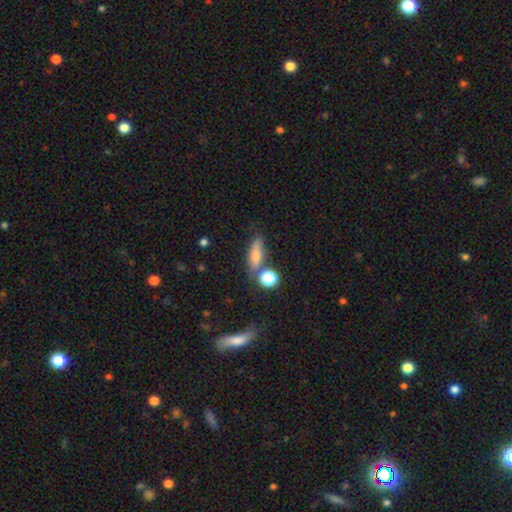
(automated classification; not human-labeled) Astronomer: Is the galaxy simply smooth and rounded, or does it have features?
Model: smooth — 67%.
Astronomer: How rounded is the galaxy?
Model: cigar-shaped — 51% (runner-up: in between, 40%).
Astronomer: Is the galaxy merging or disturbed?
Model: none — 64%.